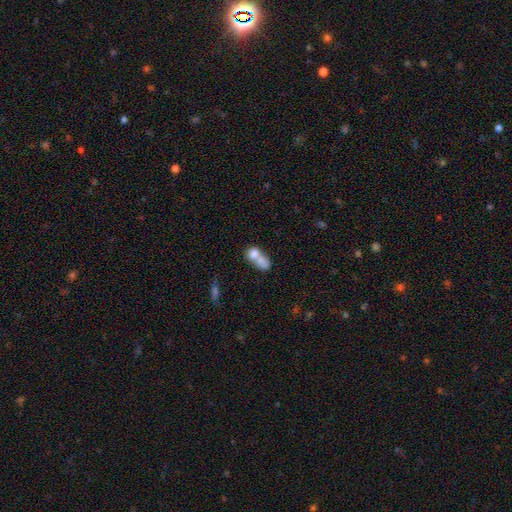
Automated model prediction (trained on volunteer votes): This is likely a smooth galaxy (73%). How rounded: likely in between (60%). Merging: likely merger (71%).